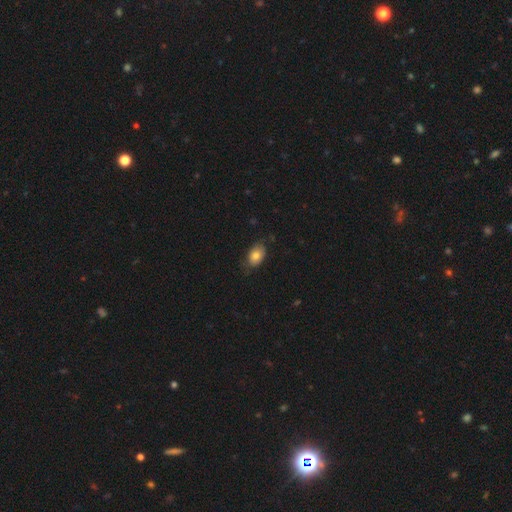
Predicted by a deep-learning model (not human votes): smooth_or_featured: smooth (p=0.80) [alt: featured or disk p=0.12]
how_rounded: in between (p=0.85) [alt: round p=0.13]
merging: none (p=0.74) [alt: minor disturbance p=0.21]